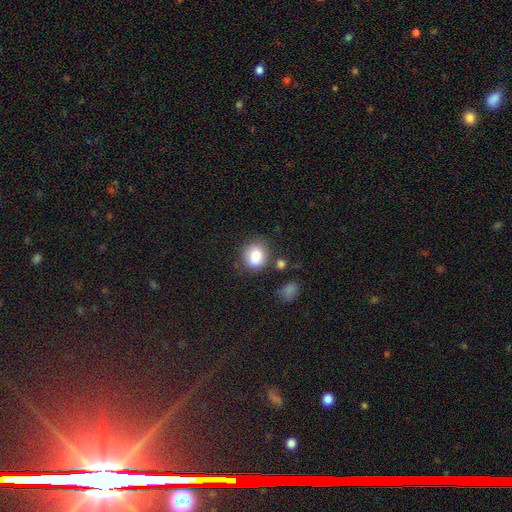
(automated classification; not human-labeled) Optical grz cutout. It shows a smooth galaxy with no disk features (83%) that is round (72%). Merging: none (74%).